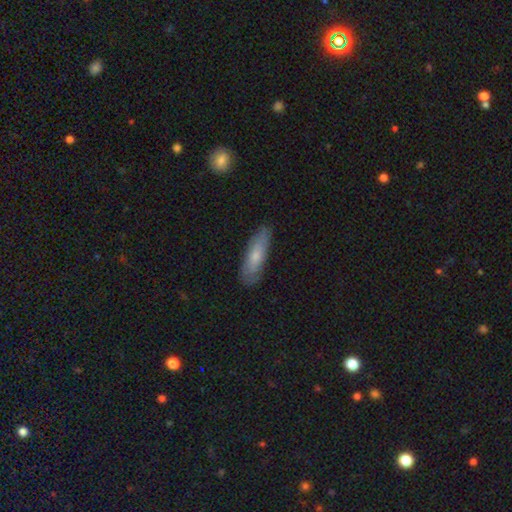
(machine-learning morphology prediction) Smooth or featured? Predicted: smooth (p=0.67). How rounded? Predicted: cigar-shaped (p=0.59). Merging? Predicted: none (p=0.79).